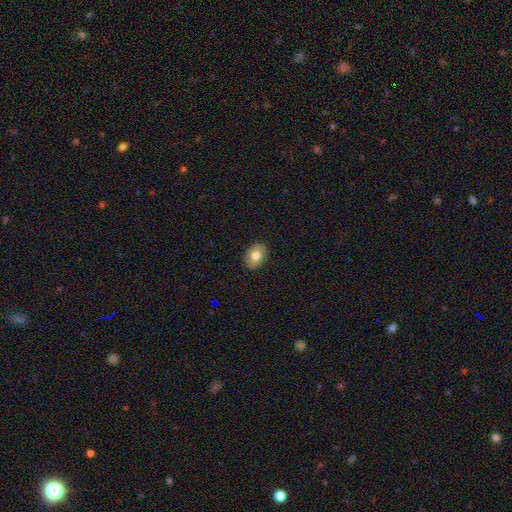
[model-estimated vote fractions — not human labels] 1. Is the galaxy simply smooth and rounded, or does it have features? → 76% smooth, 15% featured or disk, 8% star or artifact.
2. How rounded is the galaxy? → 68% in between, 31% round, 1% cigar-shaped.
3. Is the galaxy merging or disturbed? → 89% none, 8% minor disturbance, 2% major disturbance, 1% merger.